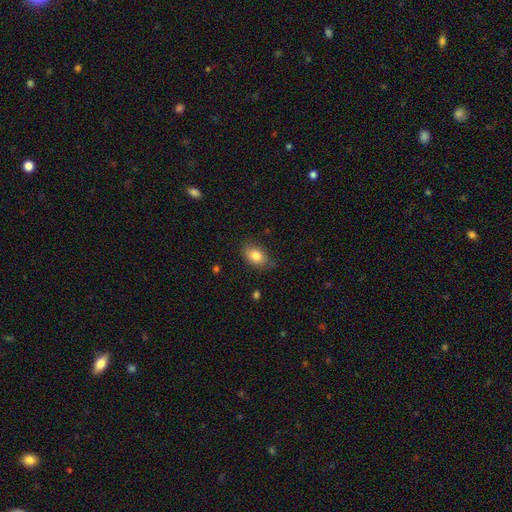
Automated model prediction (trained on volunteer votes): smooth-or-featured: smooth: 83% | featured or disk: 9% | star or artifact: 8%
  how-rounded: in between: 83% | round: 15% | cigar-shaped: 1%
  merging: none: 78% | minor disturbance: 17% | major disturbance: 3% | merger: 1%